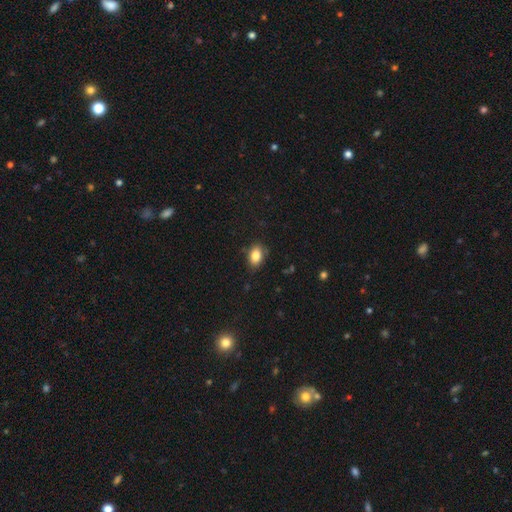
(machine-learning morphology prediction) A smooth galaxy with no disk features (84%) that is in between round and cigar-shaped (80%).

Vote fractions:
- Smooth or featured? smooth: 84% / star or artifact: 9% / featured or disk: 7%
- How rounded? in between: 80% / round: 18% / cigar-shaped: 1%
- Merging? none: 82% / minor disturbance: 14% / major disturbance: 3% / merger: 2%